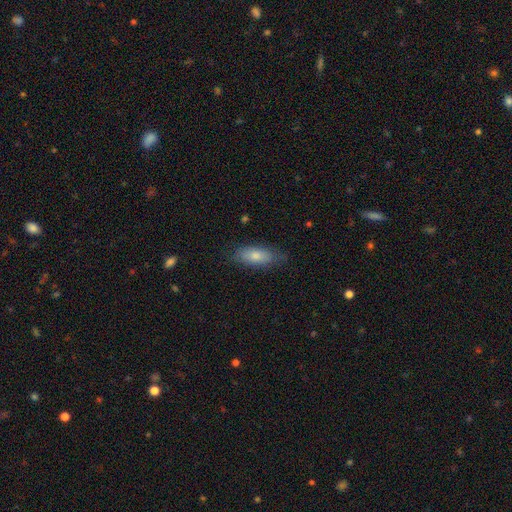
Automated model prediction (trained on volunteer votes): This appears to be a smooth galaxy with no disk features (76%) that is in between round and cigar-shaped (79%). Merging: none (76%).